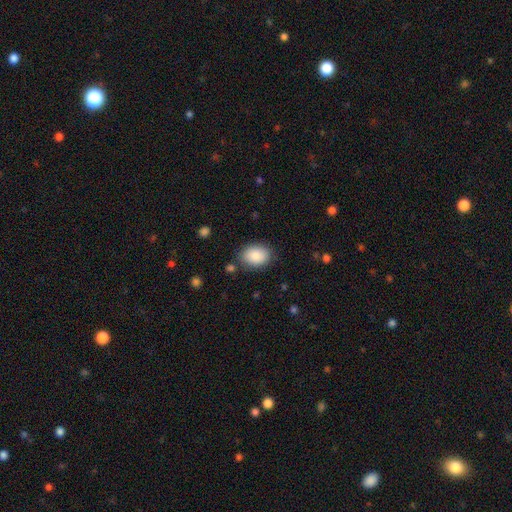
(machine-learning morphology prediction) smooth_or_featured: smooth (p=0.88) [alt: star or artifact p=0.07]
how_rounded: in between (p=0.79) [alt: round p=0.20]
merging: none (p=0.82) [alt: minor disturbance p=0.12]